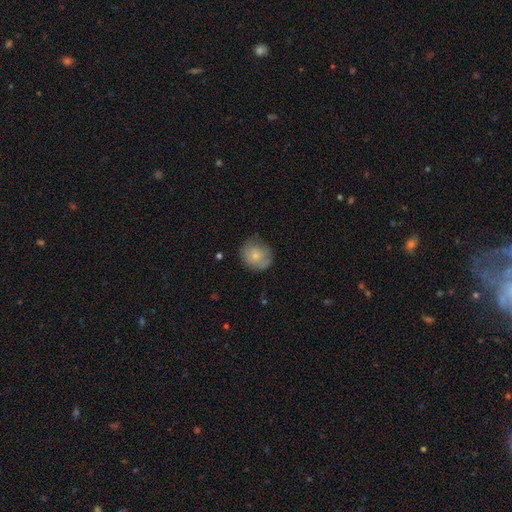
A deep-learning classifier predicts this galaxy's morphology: Overall: smooth (71%). How rounded: round (82%). Merging: none (63%; minor disturbance 27%).